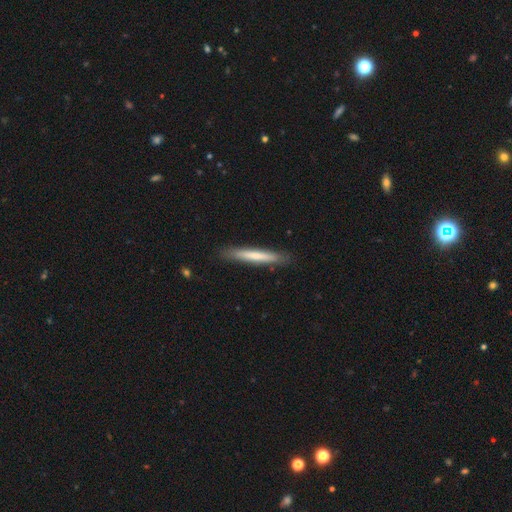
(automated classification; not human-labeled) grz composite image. It shows a smooth galaxy with no disk features (67%) that is cigar-shaped (95%). Merging: none (88%).